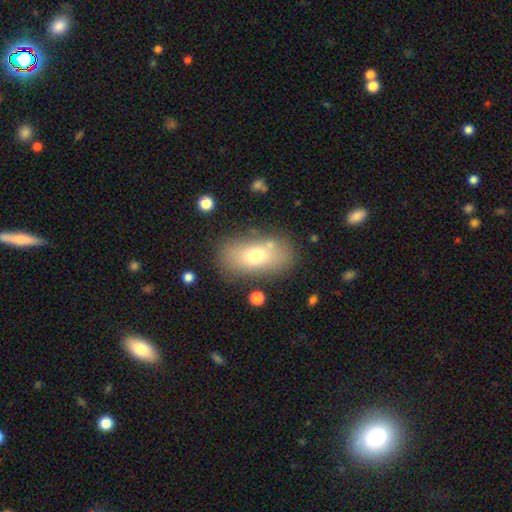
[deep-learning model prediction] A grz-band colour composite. It shows a smooth galaxy with no disk features (71%) that is in between round and cigar-shaped (88%). Merging: none (75%).